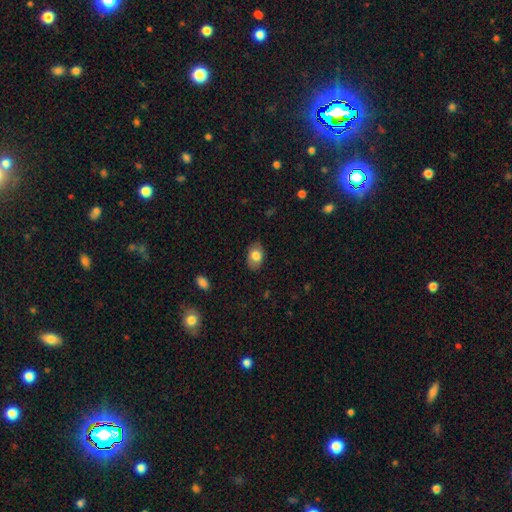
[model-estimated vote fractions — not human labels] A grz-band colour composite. It shows a smooth galaxy with no disk features (80%) that is in between round and cigar-shaped (85%). Merging: none (83%).